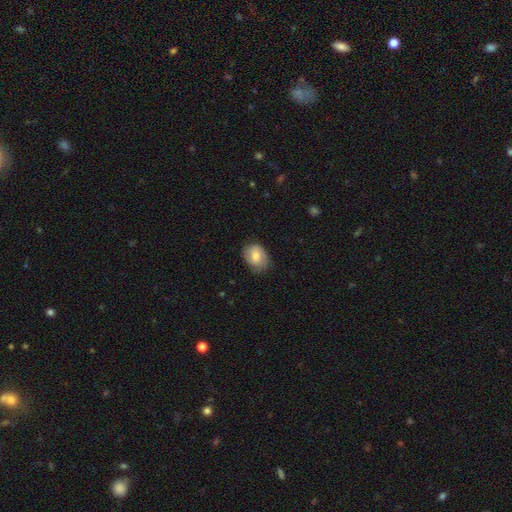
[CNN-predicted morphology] A smooth galaxy with no disk features (71%) that is in between round and cigar-shaped (67%). Merging: none (70%).